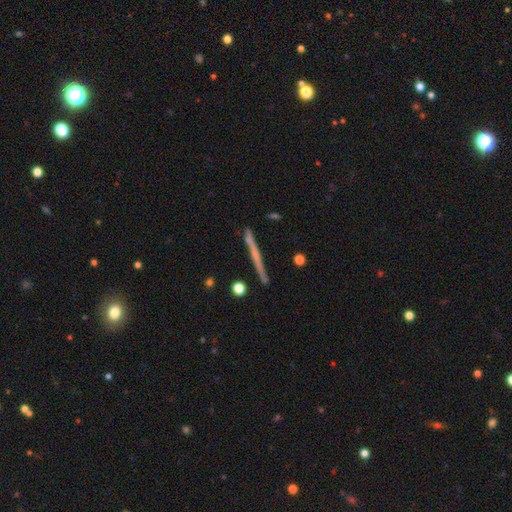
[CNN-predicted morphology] type=featured or disk (52%); edge-on=yes (97%); edge-on bulge=none (85%); merging=none (87%).